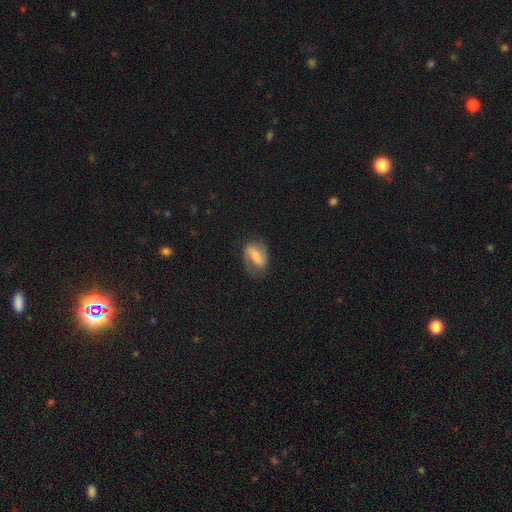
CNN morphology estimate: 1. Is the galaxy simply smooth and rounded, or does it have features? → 70% featured or disk, 23% smooth, 6% star or artifact.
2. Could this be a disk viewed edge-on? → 96% no, 4% yes.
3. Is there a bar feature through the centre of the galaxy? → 41% strong, 39% weak, 20% no.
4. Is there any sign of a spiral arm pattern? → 91% yes, 9% no.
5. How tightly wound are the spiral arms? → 46% medium, 31% loose, 24% tight.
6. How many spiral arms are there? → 85% 2, 7% 1, 6% can't tell, 1% 3, 1% 4, 1% more than 4.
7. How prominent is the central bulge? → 46% small, 38% moderate, 8% none, 6% large, 2% dominant.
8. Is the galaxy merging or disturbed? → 73% none, 18% minor disturbance, 8% major disturbance, 1% merger.